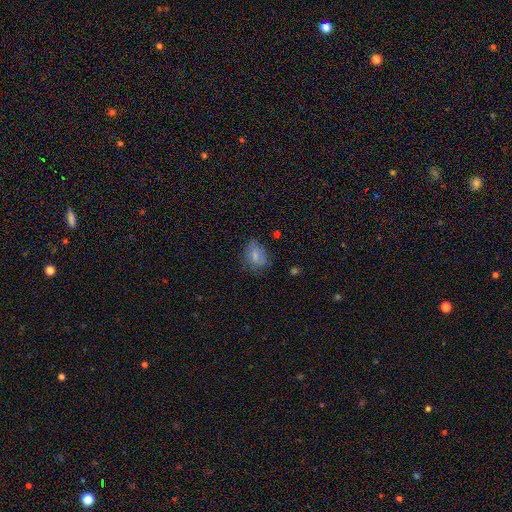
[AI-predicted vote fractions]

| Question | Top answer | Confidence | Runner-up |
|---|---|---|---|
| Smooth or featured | smooth | 74% | featured or disk (16%) |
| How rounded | in between | 74% | round (24%) |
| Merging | none | 61% | minor disturbance (27%) |